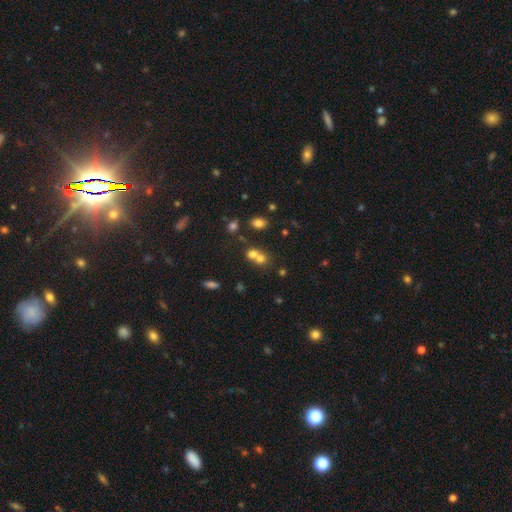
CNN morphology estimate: Smooth or featured: smooth — 67% (star or artifact — 18%)
How rounded: round — 70% (in between — 28%)
Merging: merger — 57% (none — 34%)